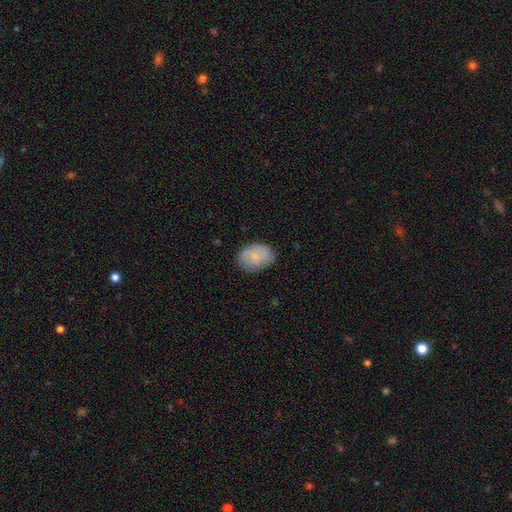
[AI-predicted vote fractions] smooth 69%, featured or disk 24%, star or artifact 7%. Down the decision tree: how rounded — in between (72%); merging — none (78%).